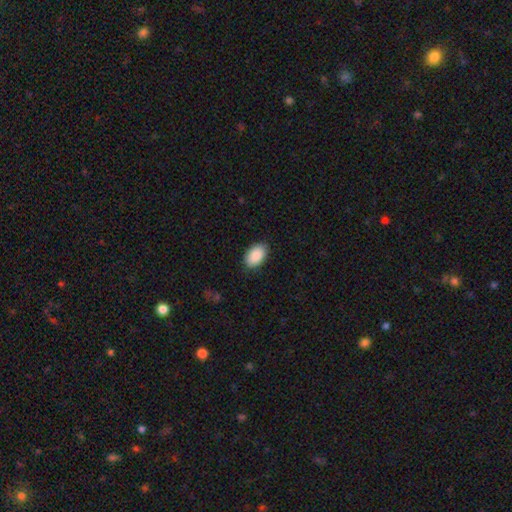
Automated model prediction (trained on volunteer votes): The model was most divided on "merging": none: 87%, minor disturbance: 10%, major disturbance: 2%, merger: 1%. More confident: how rounded — in between (94%); smooth or featured — smooth (90%).